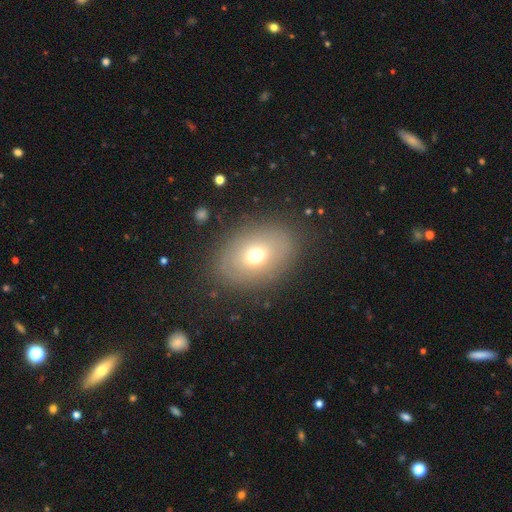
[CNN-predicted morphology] This is likely a smooth galaxy (63%). How rounded: likely in between (70%). Merging: clearly none (82%).